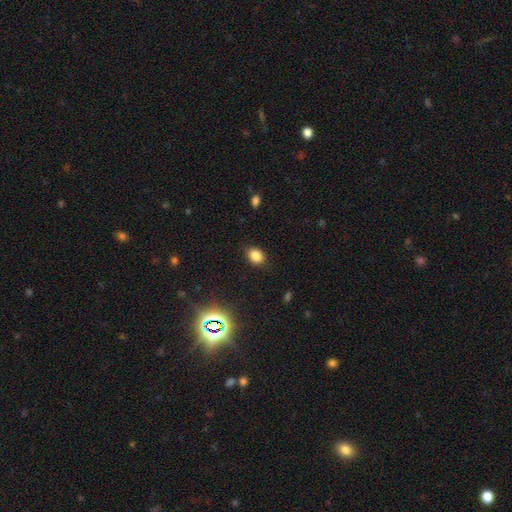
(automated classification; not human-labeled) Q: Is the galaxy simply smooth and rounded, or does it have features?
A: smooth — 82%.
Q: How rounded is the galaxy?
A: in between — 66%.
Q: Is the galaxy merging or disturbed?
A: none — 84%.